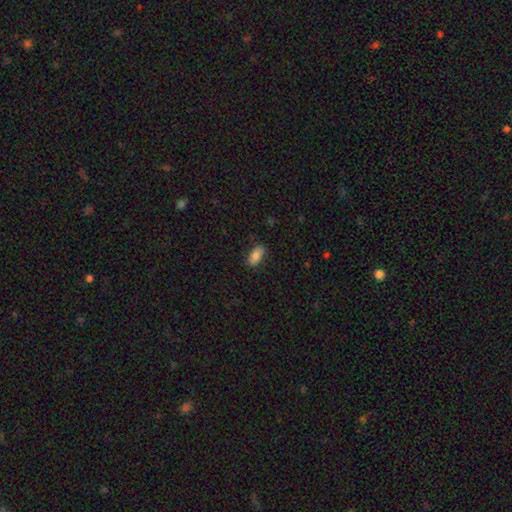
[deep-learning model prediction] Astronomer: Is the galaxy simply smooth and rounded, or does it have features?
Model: smooth — 82%.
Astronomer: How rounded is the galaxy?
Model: in between — 89%.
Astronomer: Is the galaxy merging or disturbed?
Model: none — 81%.